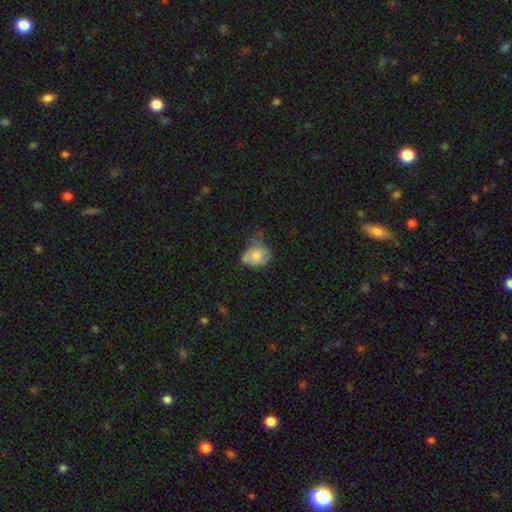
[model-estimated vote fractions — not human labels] smooth_or_featured: smooth (p=0.64) [alt: featured or disk p=0.28]
how_rounded: in between (p=0.53) [alt: round p=0.46]
merging: minor disturbance (p=0.39) [alt: none p=0.36]